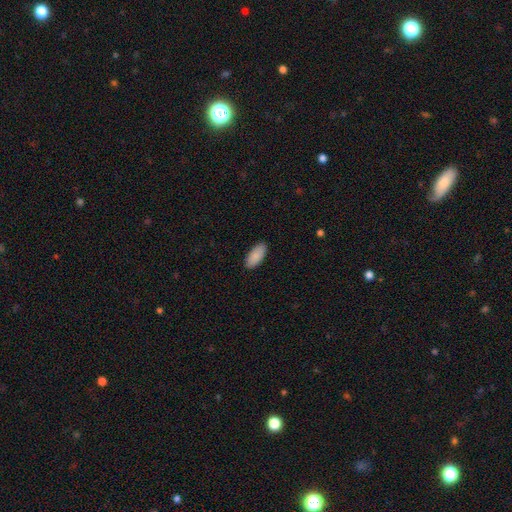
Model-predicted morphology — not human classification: A smooth galaxy with no disk features (89%) that is in between round and cigar-shaped (92%). Merging: none (89%).